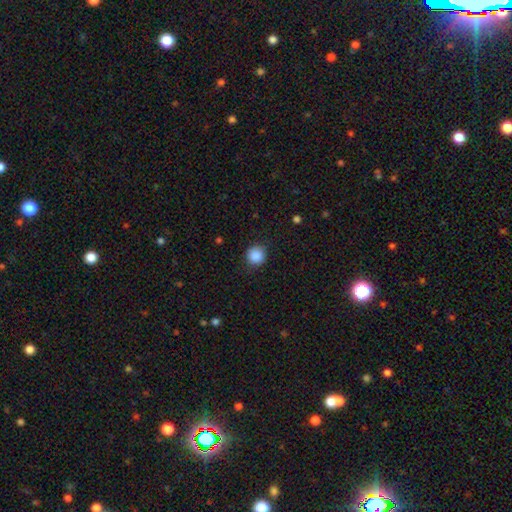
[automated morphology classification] The model was most divided on "merging": none: 86%, minor disturbance: 10%, major disturbance: 3%, merger: 1%. More confident: how rounded — round (92%); smooth or featured — smooth (88%).